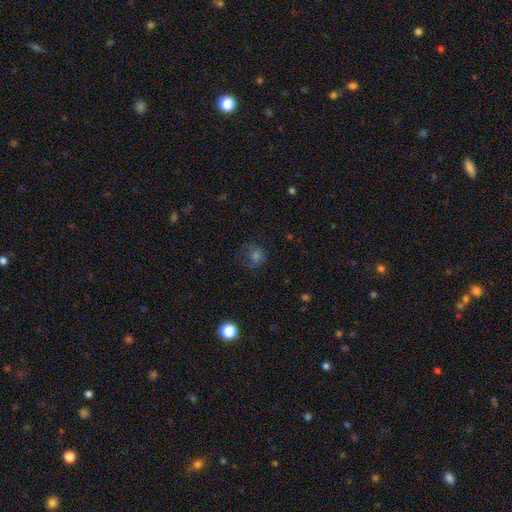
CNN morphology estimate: Smooth or featured? smooth (60%)
How rounded? round (79%)
Merging? none (61%)